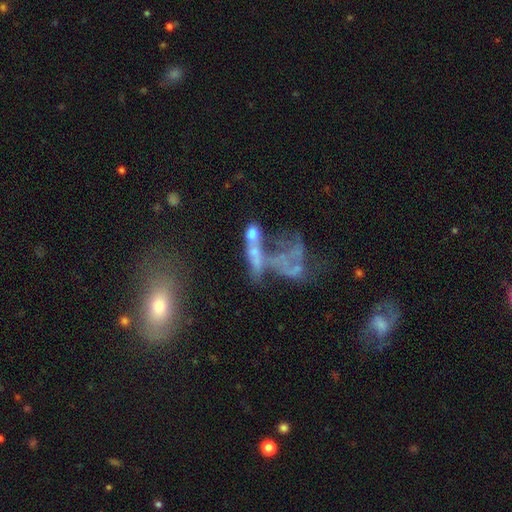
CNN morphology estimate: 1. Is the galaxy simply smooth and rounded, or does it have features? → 48% featured or disk, 35% smooth, 17% star or artifact.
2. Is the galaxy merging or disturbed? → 55% merger, 26% major disturbance, 12% none, 6% minor disturbance.